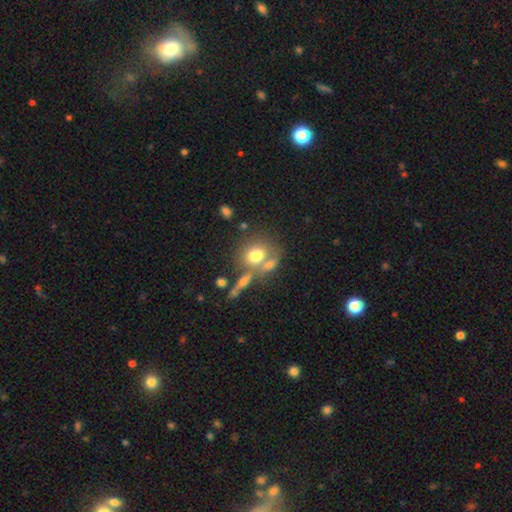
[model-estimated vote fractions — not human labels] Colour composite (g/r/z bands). It shows a smooth galaxy with no disk features (71%) that is round (64%). Merging: none (50%).